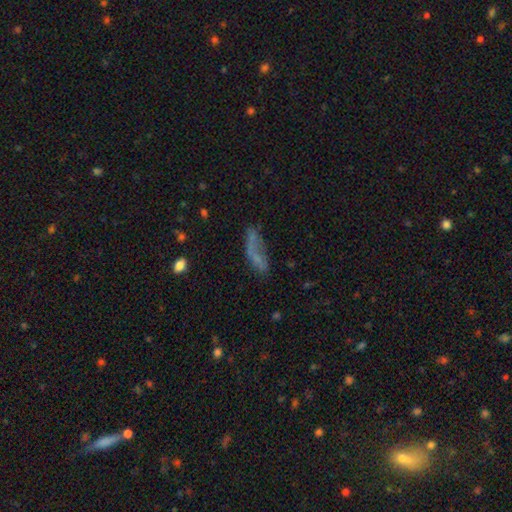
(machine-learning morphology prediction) Smooth or featured?
  - smooth: 55% *
  - featured or disk: 31%
  - star or artifact: 14%
How rounded?
  - in between: 55% *
  - cigar-shaped: 41%
  - round: 4%
Merging?
  - none: 42% *
  - minor disturbance: 25%
  - major disturbance: 24%
  - merger: 9%